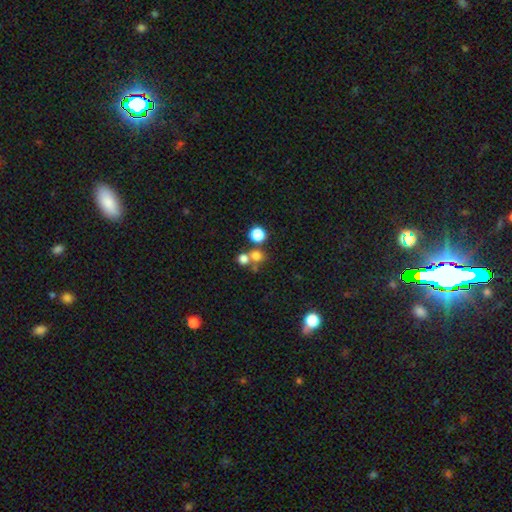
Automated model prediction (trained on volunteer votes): smooth-or-featured: smooth: 72% | star or artifact: 19% | featured or disk: 10%
  how-rounded: round: 86% | in between: 13% | cigar-shaped: 1%
  merging: none: 54% | merger: 36% | minor disturbance: 6% | major disturbance: 4%